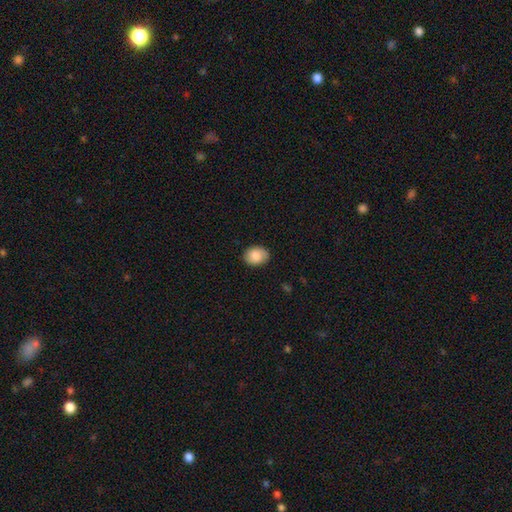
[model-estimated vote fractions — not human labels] Smooth or featured: smooth — 85% (featured or disk — 8%)
How rounded: in between — 64% (round — 35%)
Merging: none — 85% (minor disturbance — 12%)